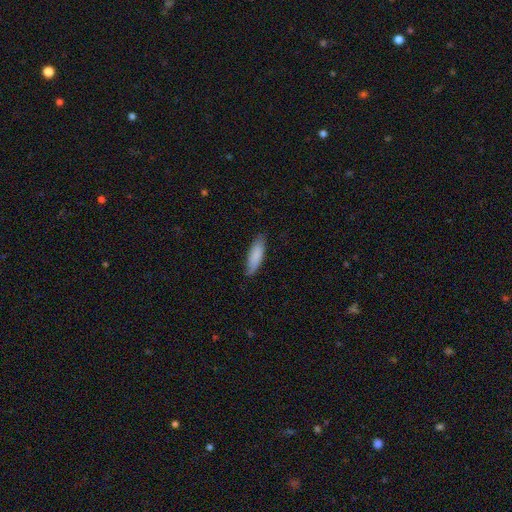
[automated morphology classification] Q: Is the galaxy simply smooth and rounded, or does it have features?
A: smooth — 84%.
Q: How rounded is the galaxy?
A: in between — 53%.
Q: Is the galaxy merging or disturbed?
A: none — 78%.